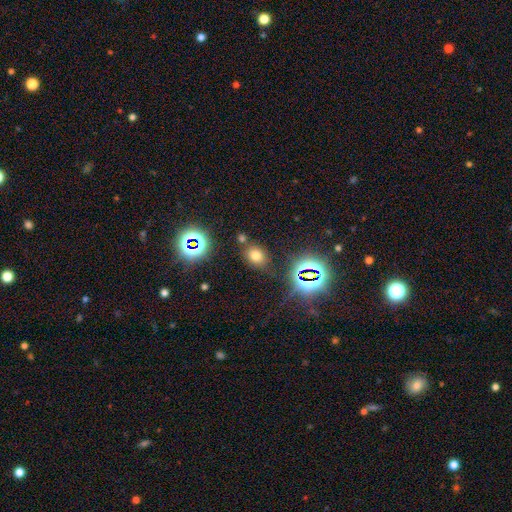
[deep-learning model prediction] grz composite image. It shows a smooth galaxy with no disk features (65%) that is round (50%). Merging: none (74%).